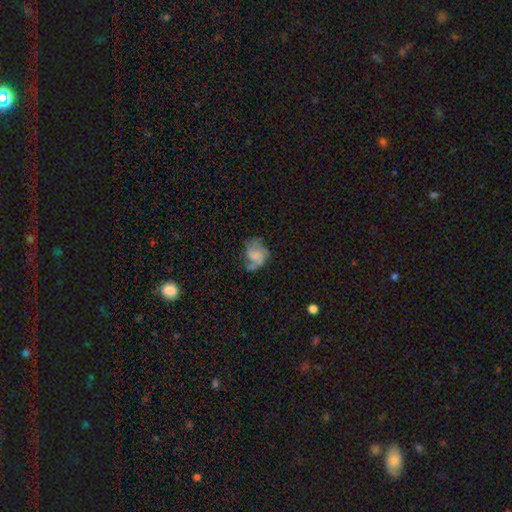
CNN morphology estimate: smooth-or-featured: featured or disk: 48% | smooth: 43% | star or artifact: 9%
  merging: none: 41% | minor disturbance: 29% | major disturbance: 27% | merger: 3%